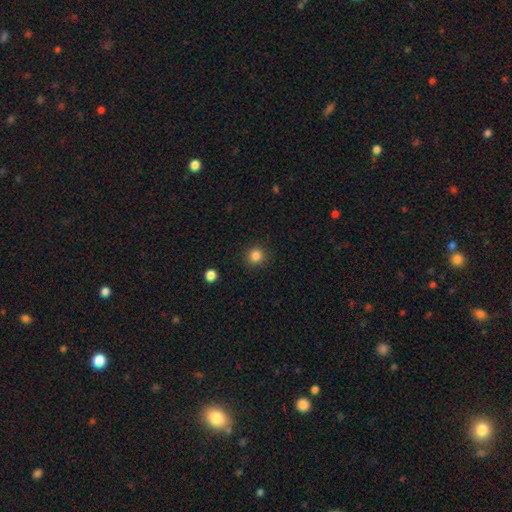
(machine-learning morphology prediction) smooth_or_featured: smooth (p=0.84) [alt: star or artifact p=0.12]
how_rounded: round (p=0.94) [alt: in between p=0.05]
merging: none (p=0.91) [alt: minor disturbance p=0.06]